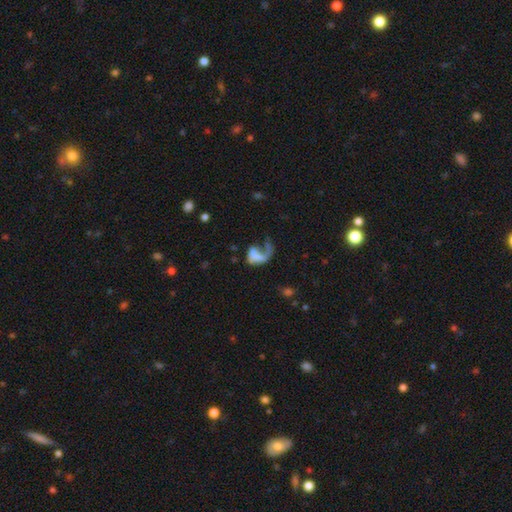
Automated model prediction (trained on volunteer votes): A featured or disk galaxy (52%) with no bar (72%), spiral arms (54%) and no central bulge (71%). Merging: major disturbance (55%).